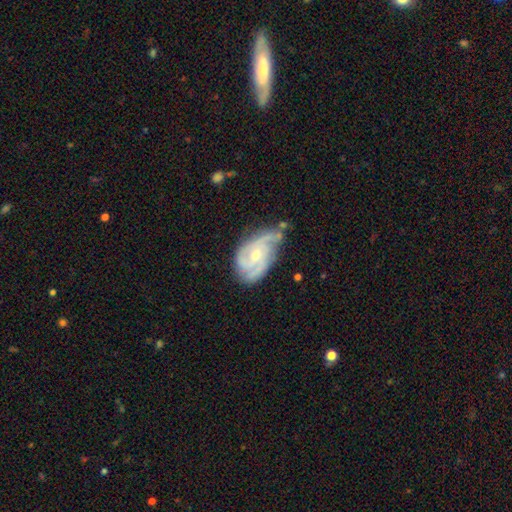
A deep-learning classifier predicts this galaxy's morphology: Smooth or featured? Predicted: featured or disk (p=0.83). Edge-on disk? Predicted: no (p=0.97). Bar? Predicted: no (p=0.64). Spiral arms? Predicted: yes (p=0.95). Spiral winding? Predicted: tight (p=0.52). Spiral arm count? Predicted: 3 (p=0.37). Bulge size? Predicted: small (p=0.50). Merging? Predicted: none (p=0.47).